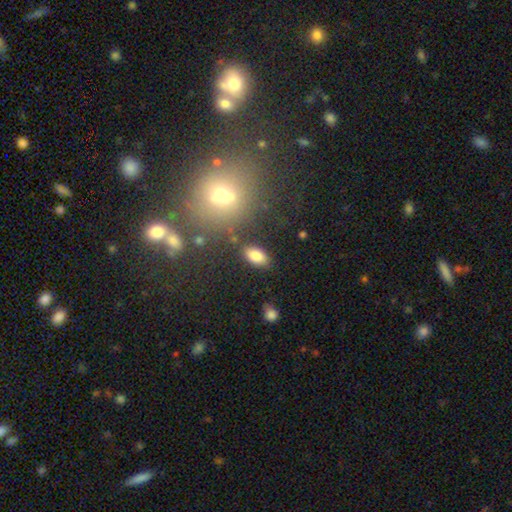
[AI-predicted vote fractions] Smooth or featured: smooth — 84% (star or artifact — 9%)
How rounded: in between — 92% (round — 5%)
Merging: none — 84% (minor disturbance — 10%)